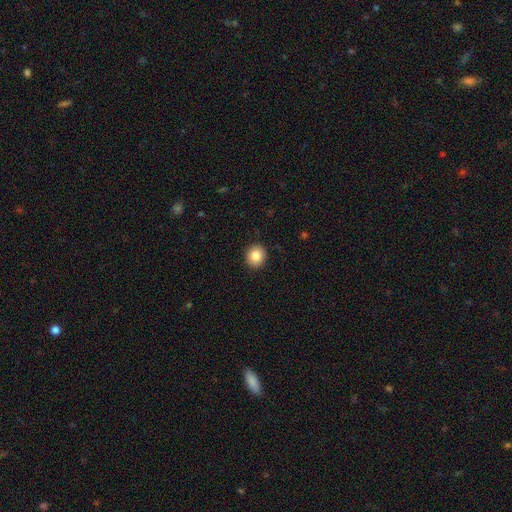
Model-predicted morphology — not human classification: A smooth galaxy with no disk features (84%) that is round (86%). Merging: none (92%).